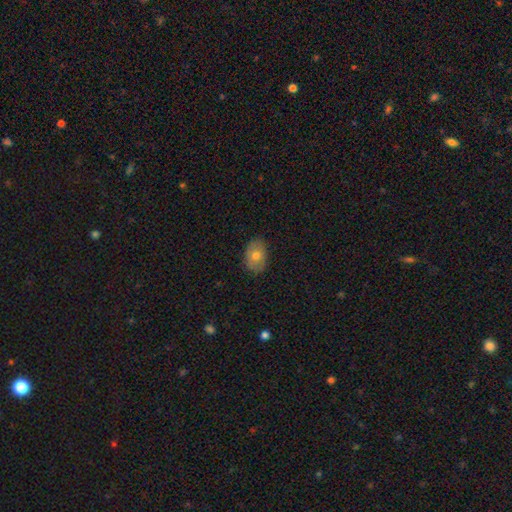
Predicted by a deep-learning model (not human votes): Smooth or featured? Predicted: smooth (p=0.71). How rounded? Predicted: in between (p=0.79). Merging? Predicted: none (p=0.82).